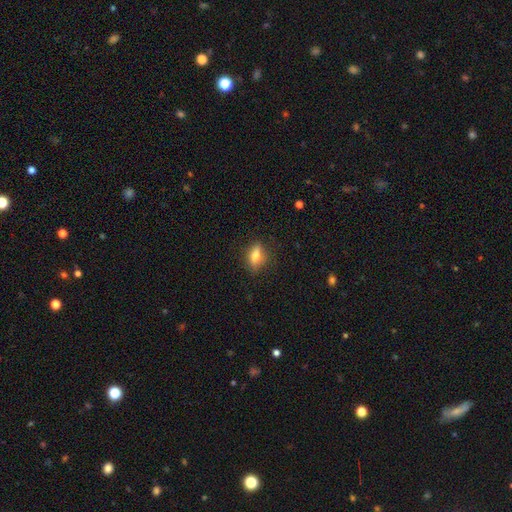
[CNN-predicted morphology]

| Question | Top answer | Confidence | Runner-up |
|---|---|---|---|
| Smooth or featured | smooth | 70% | featured or disk (20%) |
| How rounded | in between | 72% | cigar-shaped (16%) |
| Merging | none | 80% | minor disturbance (15%) |